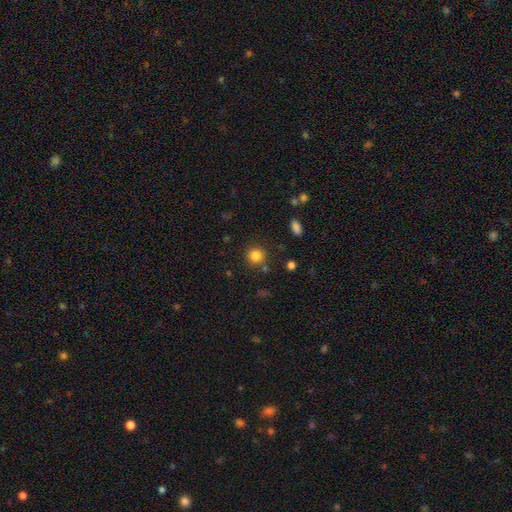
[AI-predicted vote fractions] Overall: smooth (84%). How rounded: round (91%). Merging: none (83%).